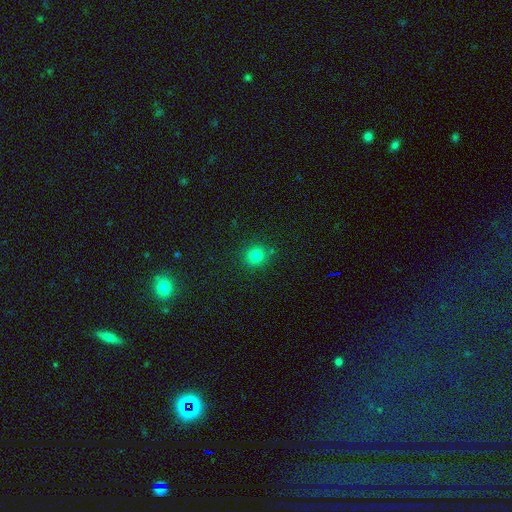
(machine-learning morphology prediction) A smooth galaxy with no disk features (81%) that is round (89%).

Vote fractions:
- Smooth or featured? smooth: 81% / star or artifact: 14% / featured or disk: 5%
- How rounded? round: 89% / in between: 10% / cigar-shaped: 1%
- Merging? none: 85% / minor disturbance: 9% / merger: 3% / major disturbance: 3%